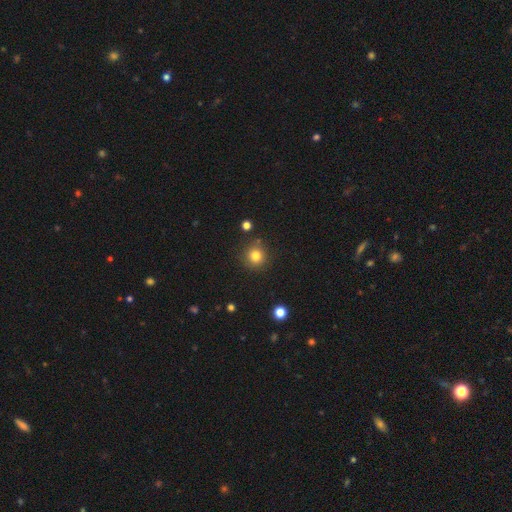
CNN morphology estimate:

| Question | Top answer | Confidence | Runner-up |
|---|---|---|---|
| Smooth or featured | smooth | 80% | star or artifact (13%) |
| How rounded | round | 93% | in between (6%) |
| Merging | none | 85% | minor disturbance (8%) |